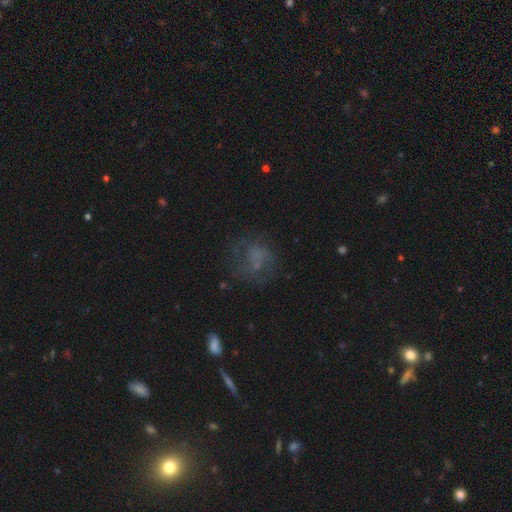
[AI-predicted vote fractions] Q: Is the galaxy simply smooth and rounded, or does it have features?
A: smooth — 41%.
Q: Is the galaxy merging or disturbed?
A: none — 55%.